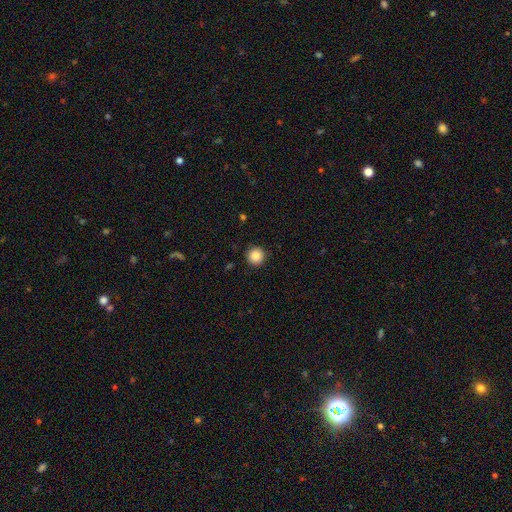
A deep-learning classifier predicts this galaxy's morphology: smooth 87%, star or artifact 10%, featured or disk 3%. Down the decision tree: how rounded — round (95%); merging — none (91%).